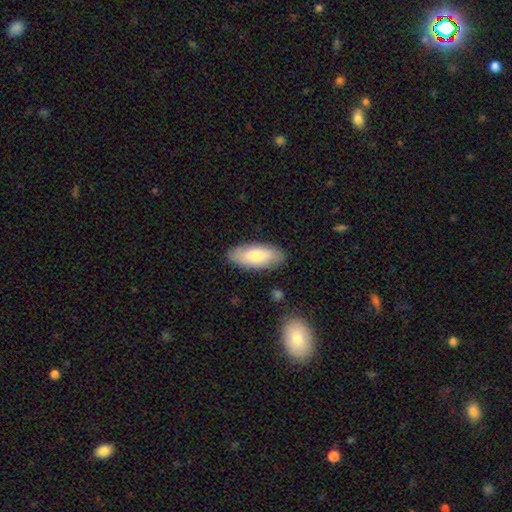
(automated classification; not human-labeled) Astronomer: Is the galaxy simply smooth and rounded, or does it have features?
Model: smooth — 75%.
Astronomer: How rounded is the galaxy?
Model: in between — 86%.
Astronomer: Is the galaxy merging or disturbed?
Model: none — 85%.